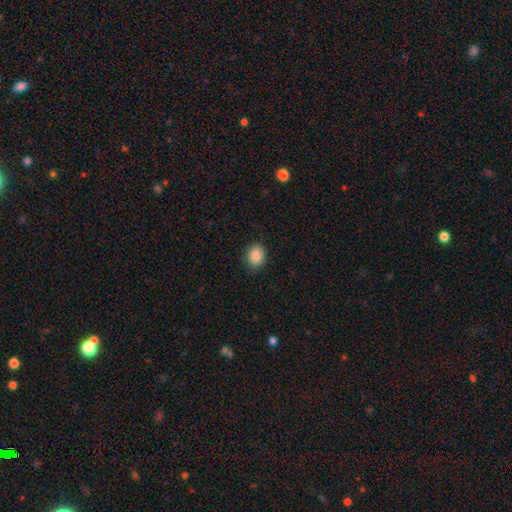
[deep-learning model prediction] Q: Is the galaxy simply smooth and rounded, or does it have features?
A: smooth — 87%.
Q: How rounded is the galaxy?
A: in between — 54%.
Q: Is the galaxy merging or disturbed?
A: none — 85%.